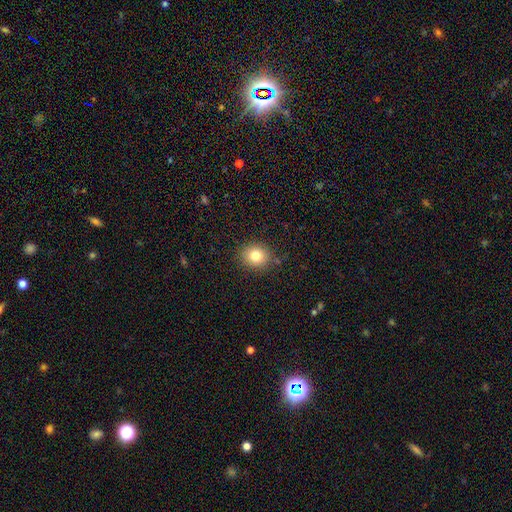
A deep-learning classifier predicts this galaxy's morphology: type=smooth (79%); roundness=round (76%); merging=none (86%).